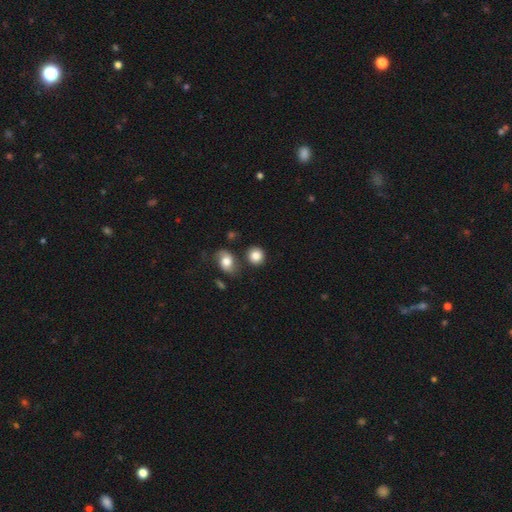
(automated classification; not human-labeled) A smooth galaxy with no disk features (84%) that is round (85%). Merging: none (78%).